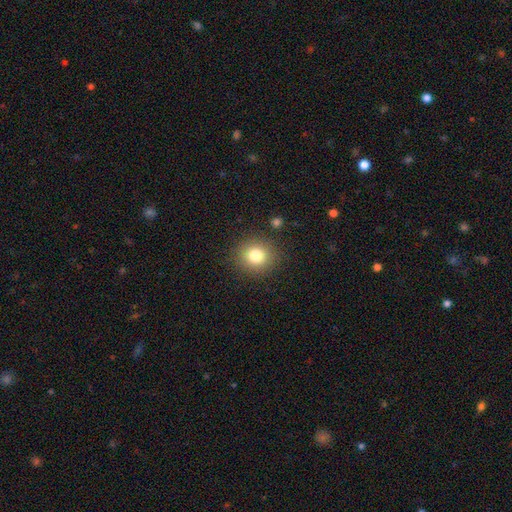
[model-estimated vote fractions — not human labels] Smooth or featured?
  - smooth: 80% *
  - star or artifact: 11%
  - featured or disk: 8%
How rounded?
  - round: 86% *
  - in between: 13%
  - cigar-shaped: 1%
Merging?
  - none: 87% *
  - minor disturbance: 8%
  - major disturbance: 3%
  - merger: 2%